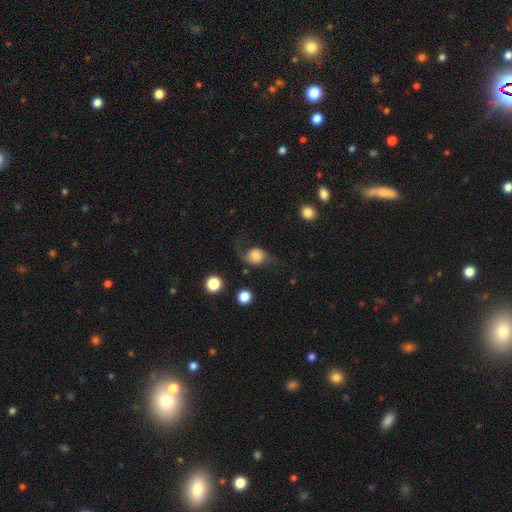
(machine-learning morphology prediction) smooth-or-featured: featured or disk: 46% | smooth: 44% | star or artifact: 10%
  merging: none: 51% | minor disturbance: 24% | major disturbance: 22% | merger: 3%